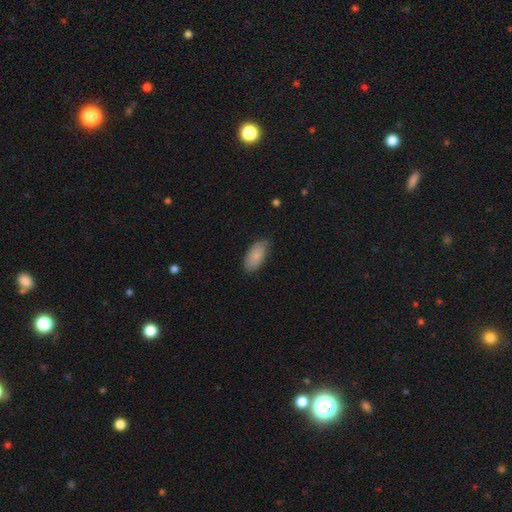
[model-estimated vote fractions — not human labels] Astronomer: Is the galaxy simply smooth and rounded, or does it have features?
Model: smooth — 85%.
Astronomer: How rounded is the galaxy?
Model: in between — 92%.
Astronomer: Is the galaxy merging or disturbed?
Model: none — 78%.